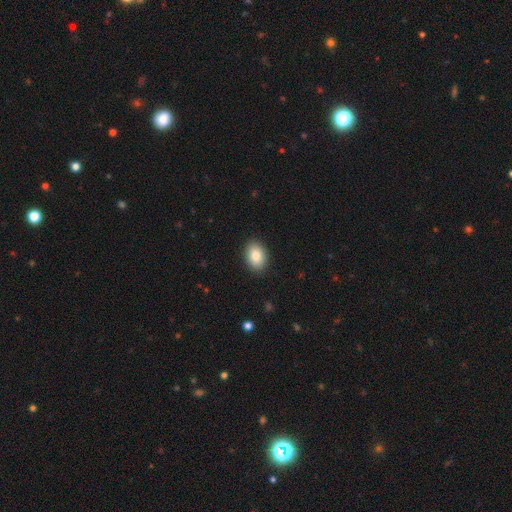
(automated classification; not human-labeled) Smooth or featured?
  - smooth: 87% *
  - star or artifact: 7%
  - featured or disk: 6%
How rounded?
  - in between: 85% *
  - round: 14%
  - cigar-shaped: 1%
Merging?
  - none: 90% *
  - minor disturbance: 7%
  - major disturbance: 2%
  - merger: 1%